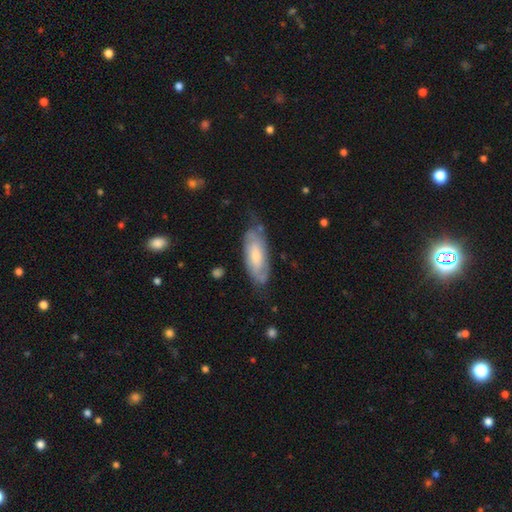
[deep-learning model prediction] Morphology: type=featured or disk (57%); edge-on=no (84%); merging=none (59%).